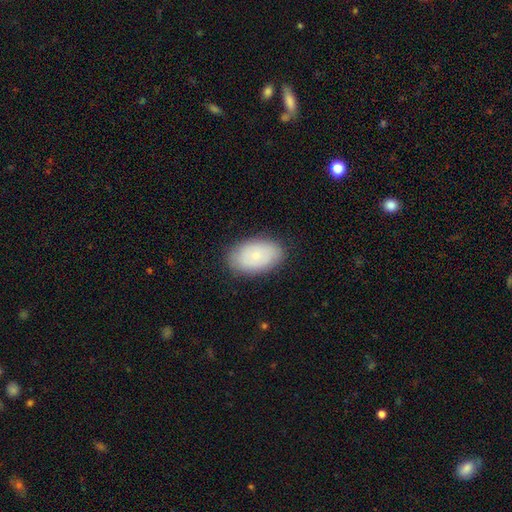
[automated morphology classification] The model was most divided on "smooth or featured": smooth: 77%, featured or disk: 16%, star or artifact: 7%. More confident: how rounded — in between (92%); merging — none (84%).